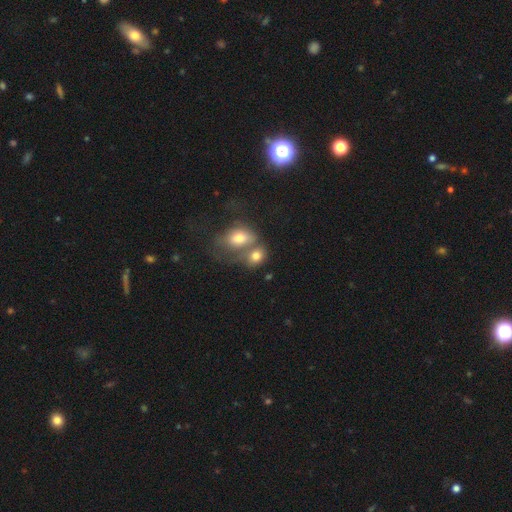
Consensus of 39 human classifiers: Smooth or featured? 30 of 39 (77%) said smooth. How rounded? 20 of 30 (67%) said in between. Merging? 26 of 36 (72%) said merger.